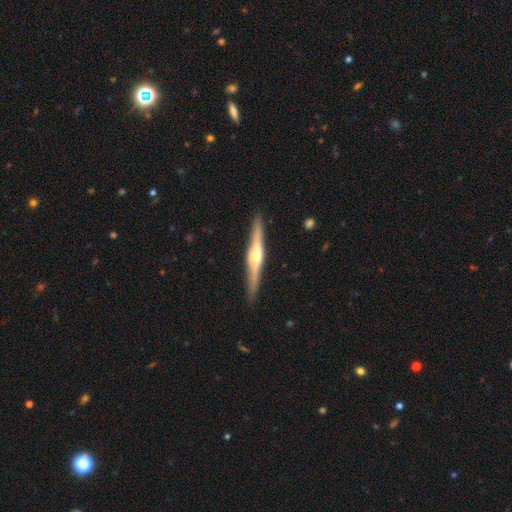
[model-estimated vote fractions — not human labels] Smooth or featured? Predicted: featured or disk (p=0.77). Edge-on disk? Predicted: yes (p=0.98). Edge-on bulge? Predicted: rounded (p=0.89). Merging? Predicted: none (p=0.91).